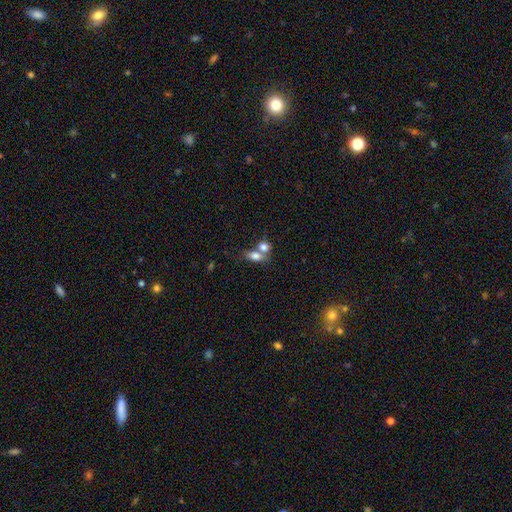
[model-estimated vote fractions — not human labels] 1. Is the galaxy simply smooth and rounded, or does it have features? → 78% smooth, 13% featured or disk, 9% star or artifact.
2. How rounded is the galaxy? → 77% in between, 18% round, 5% cigar-shaped.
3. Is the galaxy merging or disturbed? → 53% merger, 34% none, 9% minor disturbance, 5% major disturbance.